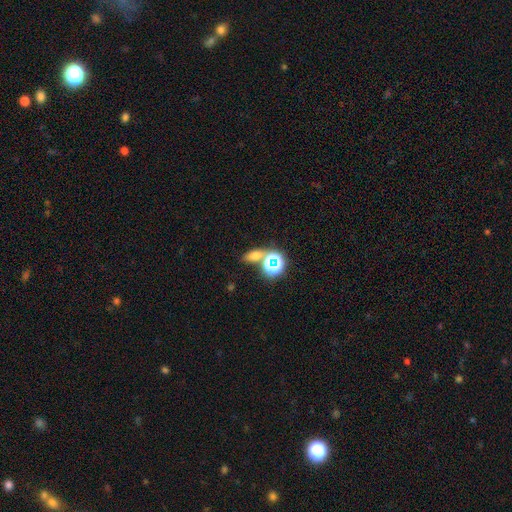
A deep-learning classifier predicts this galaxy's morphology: Overall: smooth (56%; star or artifact 33%). How rounded: in between (66%). Merging: none (62%).